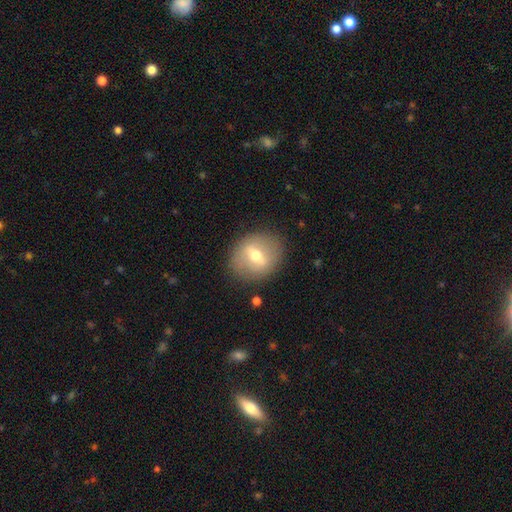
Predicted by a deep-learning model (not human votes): Smooth or featured? Predicted: featured or disk (p=0.47). Merging? Predicted: none (p=0.86).